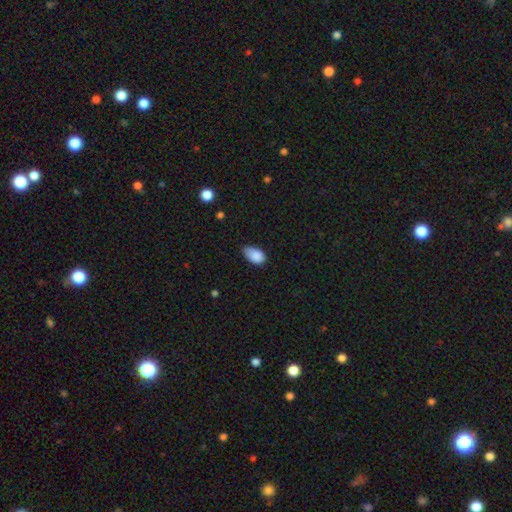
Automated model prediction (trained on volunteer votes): Smooth or featured: smooth — 87% (star or artifact — 7%)
How rounded: in between — 91% (round — 7%)
Merging: minor disturbance — 47% (none — 44%)